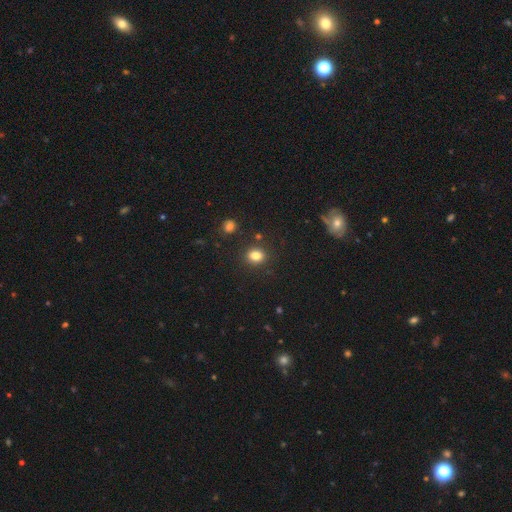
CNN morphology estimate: smooth-or-featured: smooth: 82% | star or artifact: 12% | featured or disk: 6%
  how-rounded: round: 62% | in between: 37% | cigar-shaped: 1%
  merging: none: 86% | minor disturbance: 8% | merger: 3% | major disturbance: 3%